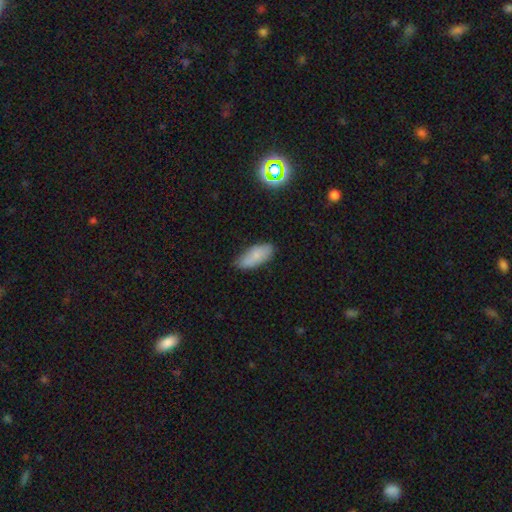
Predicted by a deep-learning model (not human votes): Smooth or featured?
  - smooth: 75% *
  - featured or disk: 16%
  - star or artifact: 9%
How rounded?
  - in between: 85% *
  - cigar-shaped: 13%
  - round: 2%
Merging?
  - none: 69% *
  - minor disturbance: 25%
  - major disturbance: 4%
  - merger: 3%